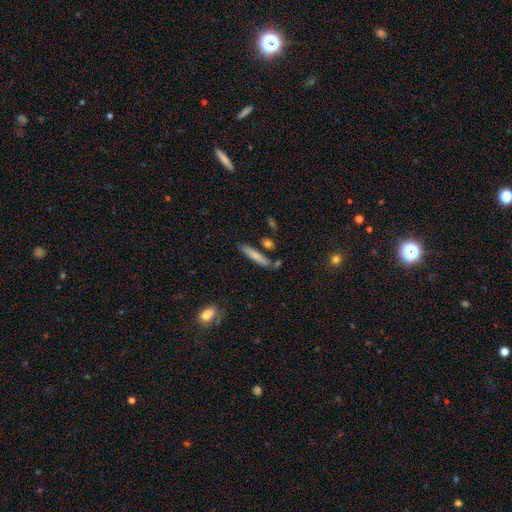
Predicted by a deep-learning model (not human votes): This appears to be a smooth galaxy with no disk features (74%) that is cigar-shaped (90%). Merging: none (78%).